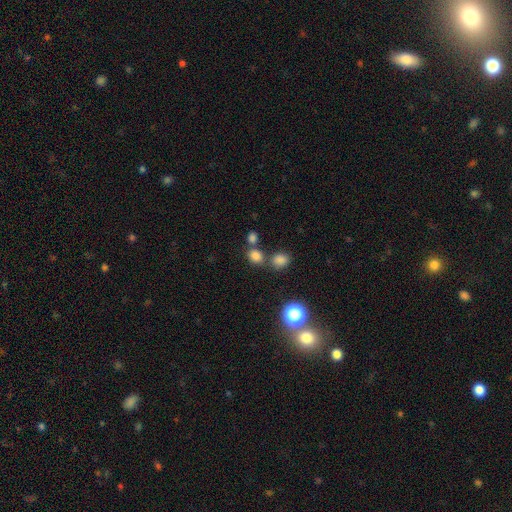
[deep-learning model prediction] Overall: smooth (78%). How rounded: round (60%; in between 39%). Merging: none (60%; merger 27%).